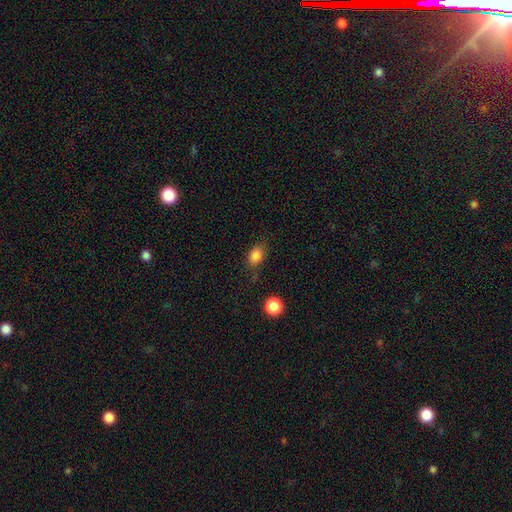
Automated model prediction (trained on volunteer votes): The model was most divided on "how rounded": in between: 72%, round: 26%, cigar-shaped: 2%. More confident: smooth or featured — smooth (84%); merging — none (72%).